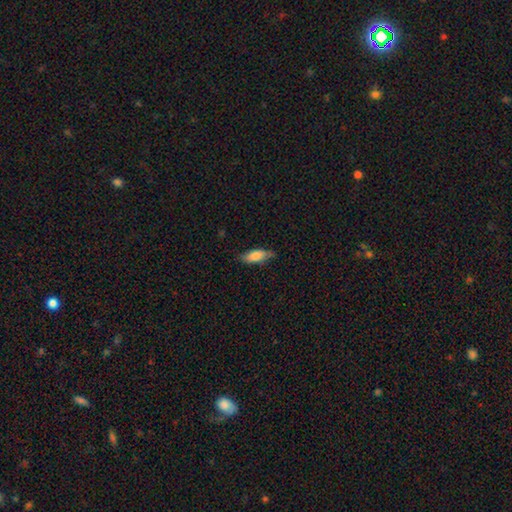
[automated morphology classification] type=smooth (77%); roundness=in between (65%); merging=none (77%).